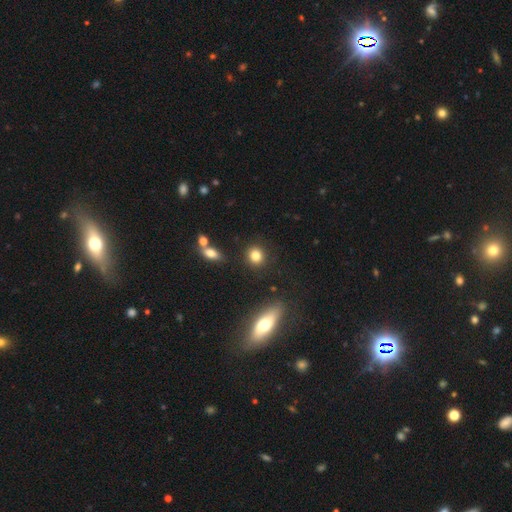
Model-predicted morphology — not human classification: Smooth or featured?
  - smooth: 83% *
  - star or artifact: 11%
  - featured or disk: 7%
How rounded?
  - round: 77% *
  - in between: 22%
  - cigar-shaped: 2%
Merging?
  - none: 87% *
  - minor disturbance: 8%
  - merger: 3%
  - major disturbance: 3%